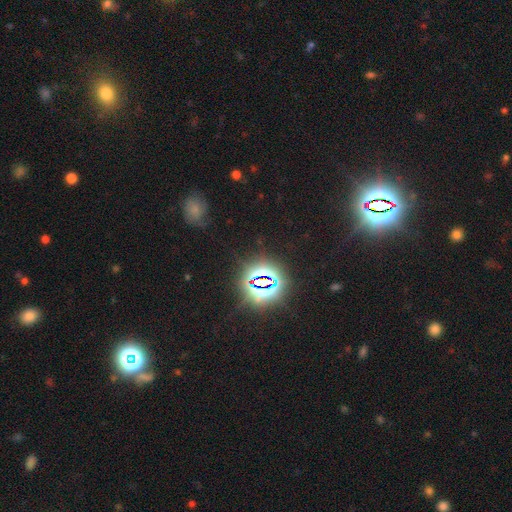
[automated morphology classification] smooth-or-featured: star or artifact: 80% | smooth: 13% | featured or disk: 6%